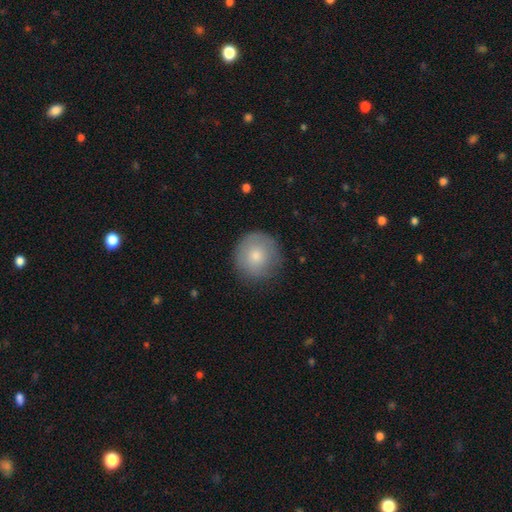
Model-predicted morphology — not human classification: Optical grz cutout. It shows a smooth galaxy with no disk features (77%) that is round (93%). Merging: none (82%).